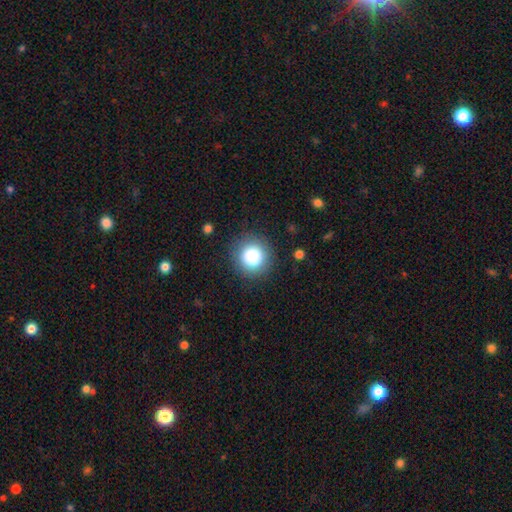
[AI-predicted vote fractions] Morphology: type=smooth (84%); roundness=round (94%); merging=none (88%).